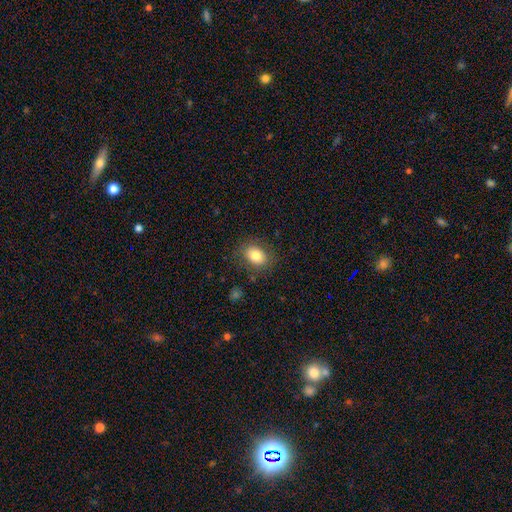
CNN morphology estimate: Smooth or featured?
  - smooth: 80% *
  - featured or disk: 10%
  - star or artifact: 9%
How rounded?
  - in between: 68% *
  - round: 31%
  - cigar-shaped: 1%
Merging?
  - none: 82% *
  - minor disturbance: 12%
  - major disturbance: 4%
  - merger: 2%